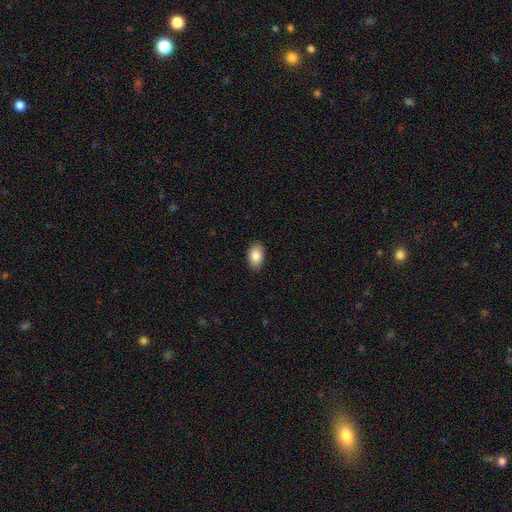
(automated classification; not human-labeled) This appears to be a smooth galaxy with no disk features (86%) that is in between round and cigar-shaped (91%). Merging: none (88%).